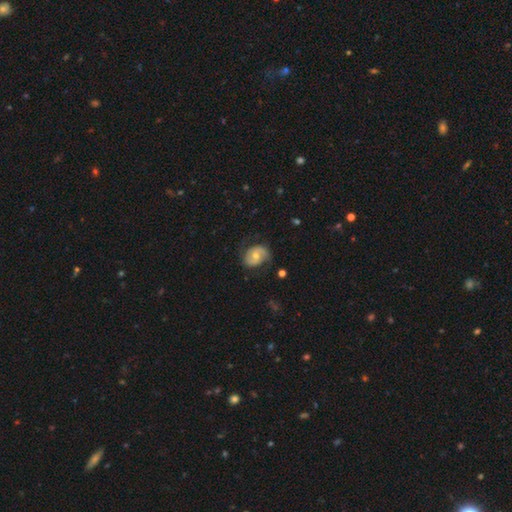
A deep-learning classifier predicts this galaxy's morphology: Smooth or featured? Predicted: featured or disk (p=0.65). Edge-on disk? Predicted: no (p=0.97). Bar? Predicted: no (p=0.60). Spiral arms? Predicted: yes (p=0.86). Spiral winding? Predicted: medium (p=0.43). Spiral arm count? Predicted: 2 (p=0.82). Bulge size? Predicted: moderate (p=0.62). Merging? Predicted: none (p=0.66).